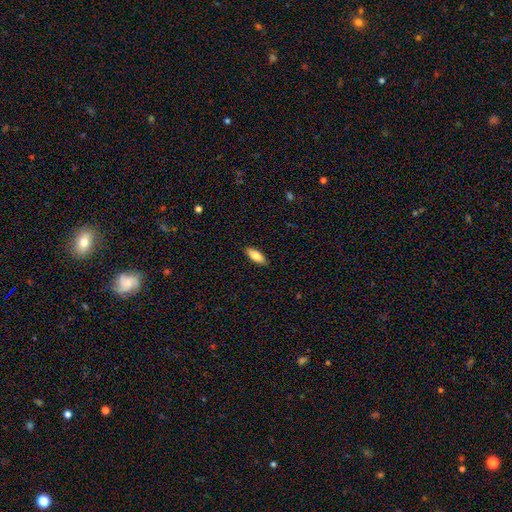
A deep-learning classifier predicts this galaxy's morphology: This appears to be a smooth galaxy with no disk features (83%) that is in between round and cigar-shaped (74%). Merging: none (88%).